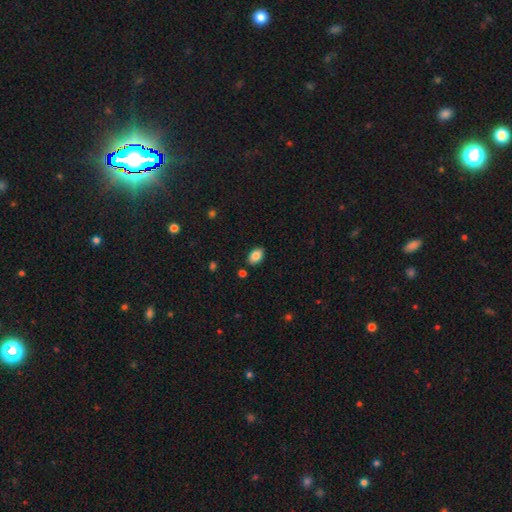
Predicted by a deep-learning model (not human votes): Smooth or featured: smooth — 86% (star or artifact — 8%)
How rounded: in between — 88% (round — 11%)
Merging: none — 86% (minor disturbance — 9%)